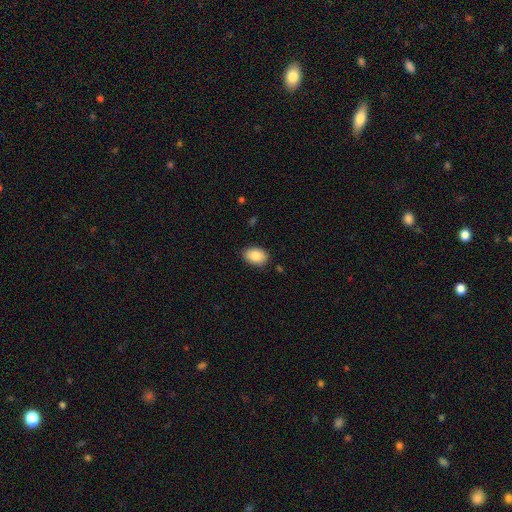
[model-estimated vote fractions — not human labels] A smooth galaxy with no disk features (87%) that is in between round and cigar-shaped (82%). Merging: none (85%).